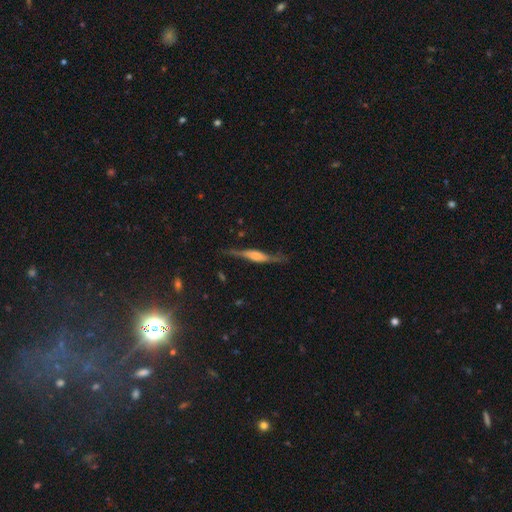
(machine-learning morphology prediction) A featured or disk galaxy (73%) viewed edge-on (94%) with a rounded central bulge (52%). Merging: none (76%).